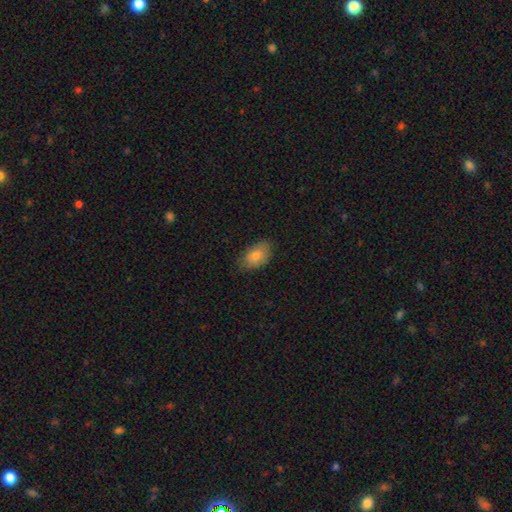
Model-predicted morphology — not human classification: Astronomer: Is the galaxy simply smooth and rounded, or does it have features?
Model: smooth — 81%.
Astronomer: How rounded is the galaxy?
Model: in between — 91%.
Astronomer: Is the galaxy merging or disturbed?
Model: none — 80%.